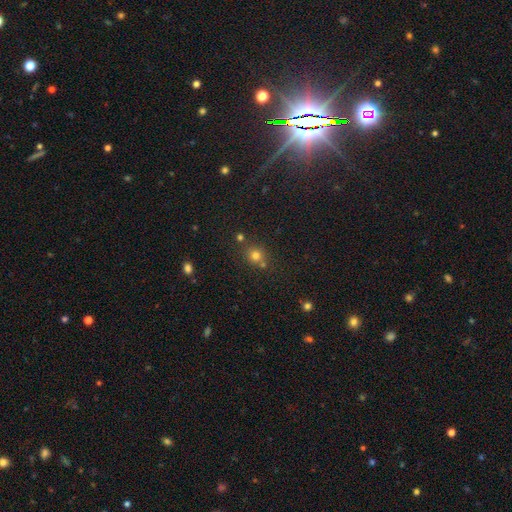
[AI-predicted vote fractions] Smooth or featured: smooth — 73% (star or artifact — 19%)
How rounded: round — 84% (in between — 15%)
Merging: none — 68% (merger — 19%)